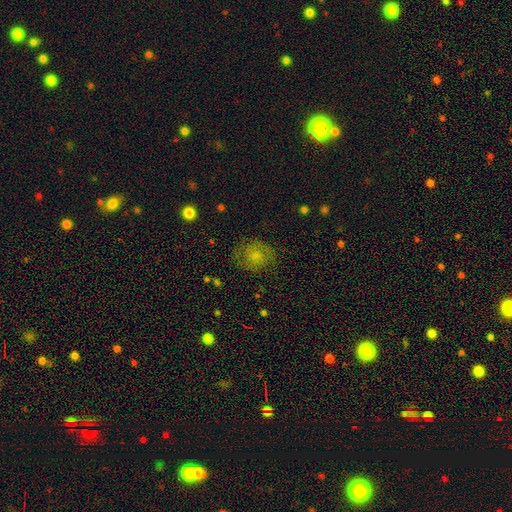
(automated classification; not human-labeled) Smooth or featured? Predicted: smooth (p=0.50). How rounded? Predicted: round (p=0.71). Merging? Predicted: none (p=0.73).